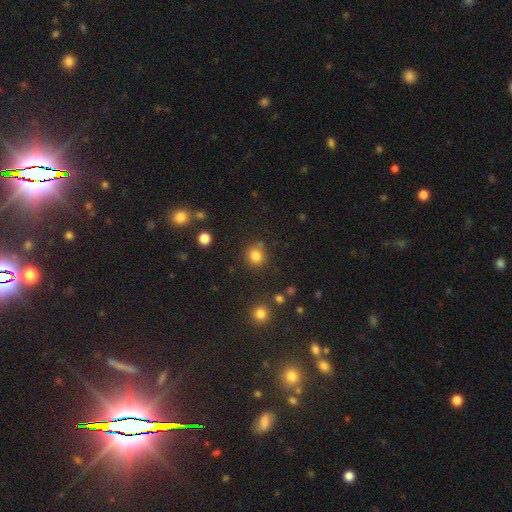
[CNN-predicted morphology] type=smooth (83%); roundness=round (85%); merging=none (81%).